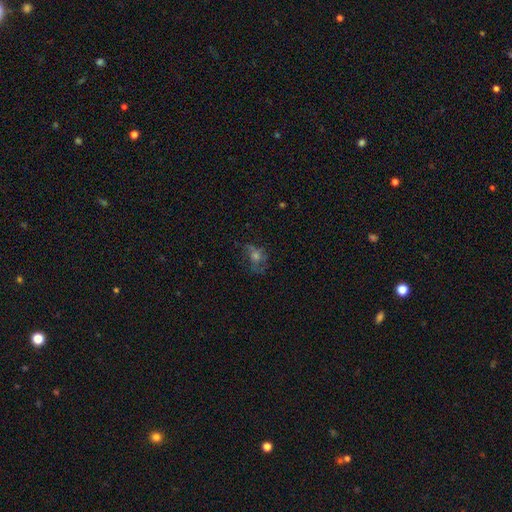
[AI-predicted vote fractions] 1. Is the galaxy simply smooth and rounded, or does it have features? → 46% featured or disk, 30% smooth, 24% star or artifact.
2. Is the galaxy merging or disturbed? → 55% none, 22% major disturbance, 20% minor disturbance, 2% merger.